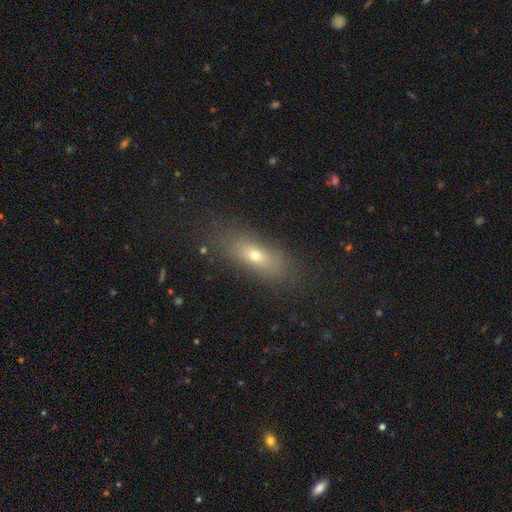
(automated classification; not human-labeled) Smooth or featured? Predicted: smooth (p=0.63). How rounded? Predicted: in between (p=0.58). Merging? Predicted: none (p=0.80).